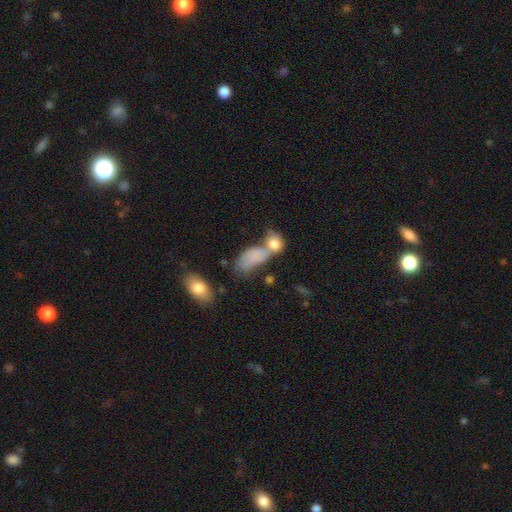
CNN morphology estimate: Smooth or featured? smooth (73%)
How rounded? in between (80%)
Merging? merger (44%)